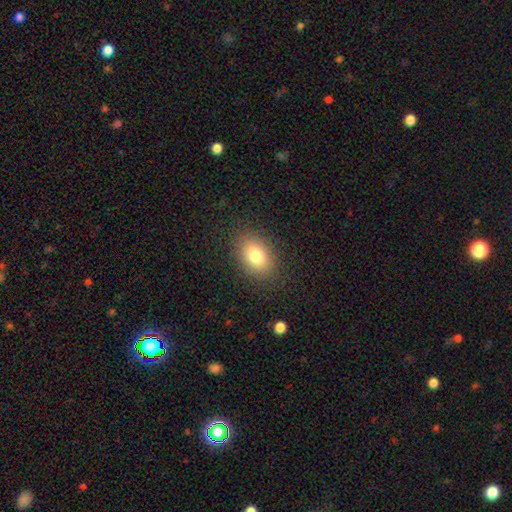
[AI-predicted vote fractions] Smooth or featured? Predicted: smooth (p=0.79). How rounded? Predicted: in between (p=0.77). Merging? Predicted: none (p=0.86).